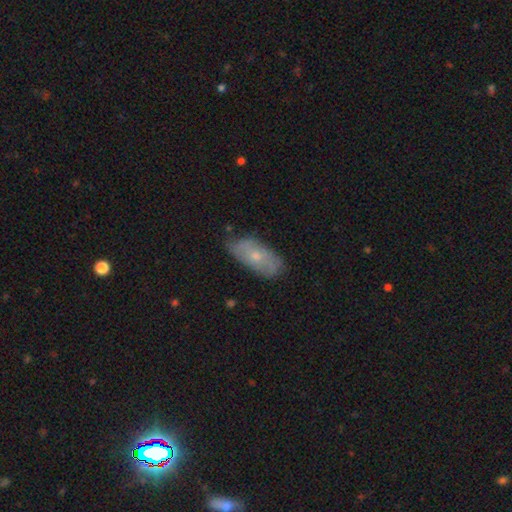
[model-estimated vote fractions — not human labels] Overall: smooth (54%; featured or disk 39%). How rounded: in between (87%). Merging: none (69%).